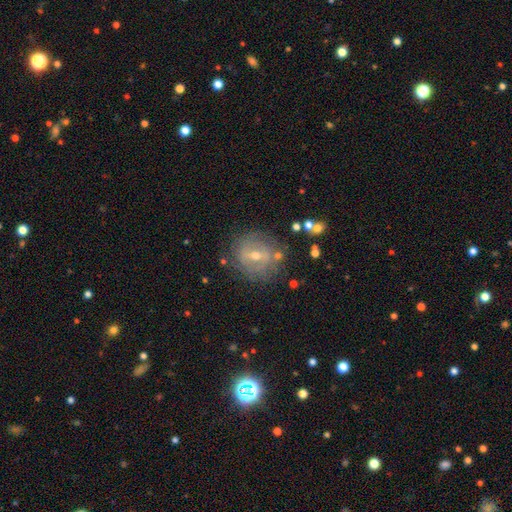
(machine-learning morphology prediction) Smooth or featured? featured or disk (69%)
Edge-on disk? no (94%)
Bar? weak (47%)
Spiral arms? yes (58%)
Bulge size? moderate (55%)
Merging? none (74%)